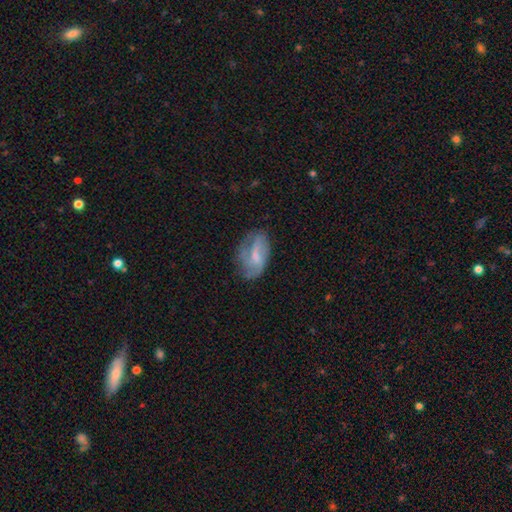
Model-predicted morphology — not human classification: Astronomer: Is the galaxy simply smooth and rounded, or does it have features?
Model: featured or disk — 56% (runner-up: smooth, 37%).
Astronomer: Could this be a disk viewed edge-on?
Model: no — 96%.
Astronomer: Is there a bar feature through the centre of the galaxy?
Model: weak — 46% (runner-up: no, 41%).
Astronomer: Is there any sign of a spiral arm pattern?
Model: yes — 76%.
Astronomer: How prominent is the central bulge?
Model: small — 40% (runner-up: moderate, 33%).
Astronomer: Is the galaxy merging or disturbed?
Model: none — 54%.